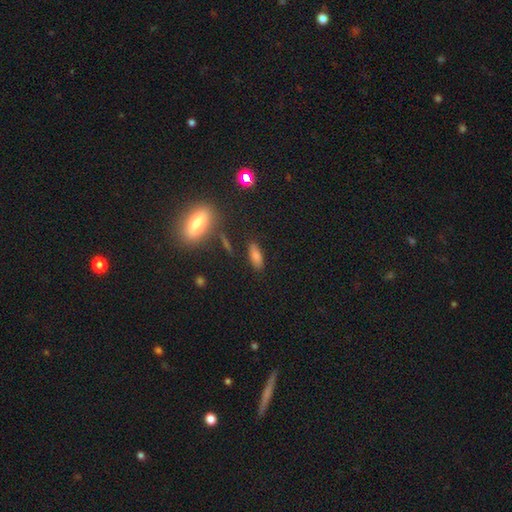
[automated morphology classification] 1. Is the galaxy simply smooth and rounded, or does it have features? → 74% smooth, 14% featured or disk, 11% star or artifact.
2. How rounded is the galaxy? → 63% in between, 33% cigar-shaped, 4% round.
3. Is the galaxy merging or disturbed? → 81% none, 11% minor disturbance, 4% merger, 3% major disturbance.